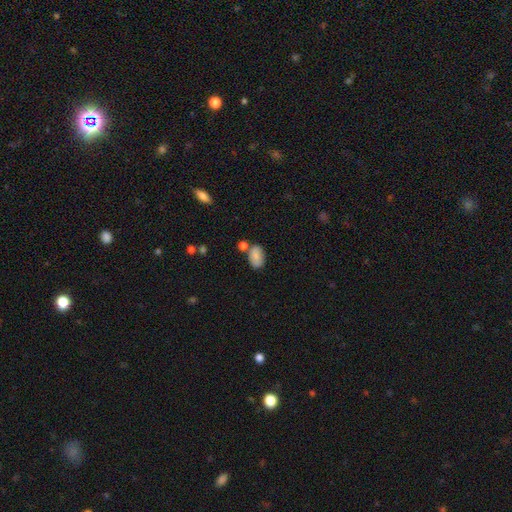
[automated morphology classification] Smooth or featured: smooth — 81% (featured or disk — 11%)
How rounded: in between — 90% (round — 8%)
Merging: none — 65% (minor disturbance — 17%)